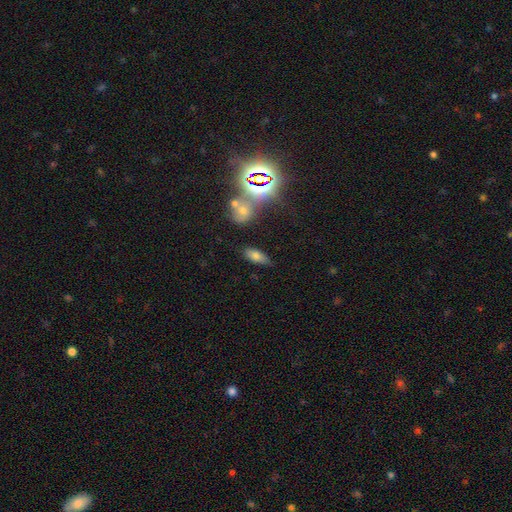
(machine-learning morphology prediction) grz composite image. It shows a smooth galaxy with no disk features (64%) that is in between round and cigar-shaped (76%). Merging: none (77%).